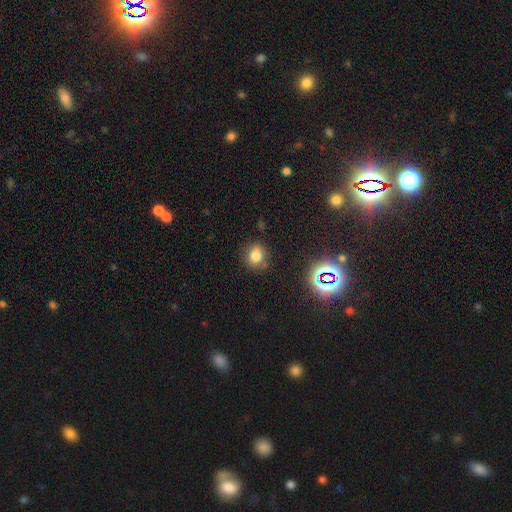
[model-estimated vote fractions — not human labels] Q: Smooth or featured?
A: smooth (75%); runner-up: star or artifact (17%)
Q: How rounded?
A: round (67%); runner-up: in between (32%)
Q: Merging?
A: none (79%); runner-up: minor disturbance (13%)